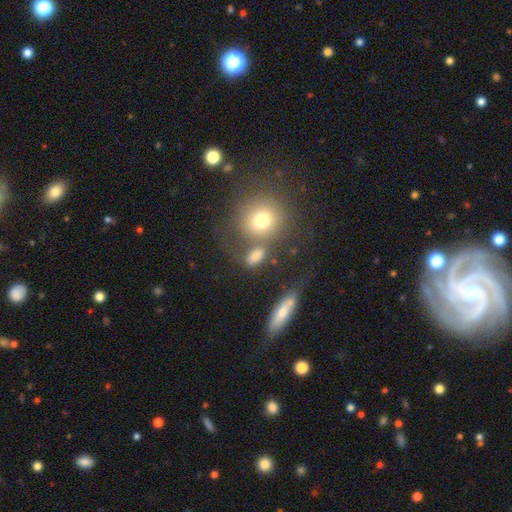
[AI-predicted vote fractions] Smooth or featured? smooth (74%)
How rounded? in between (64%)
Merging? none (52%)